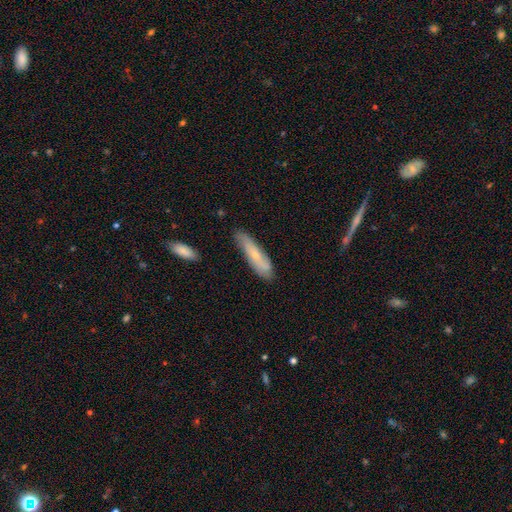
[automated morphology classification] Smooth or featured? Predicted: smooth (p=0.52). How rounded? Predicted: cigar-shaped (p=0.74). Merging? Predicted: none (p=0.77).